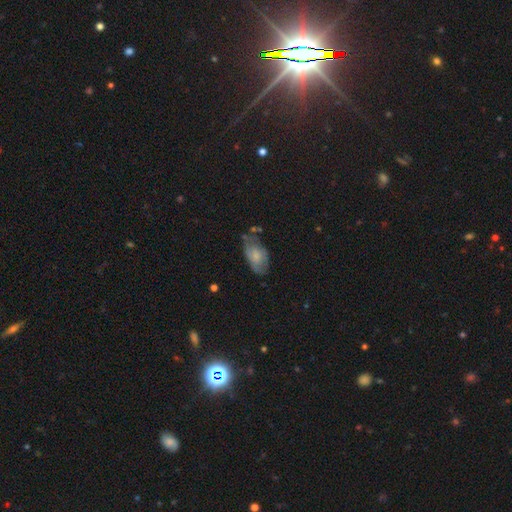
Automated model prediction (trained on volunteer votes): Smooth or featured? smooth (60%)
How rounded? in between (92%)
Merging? none (48%)